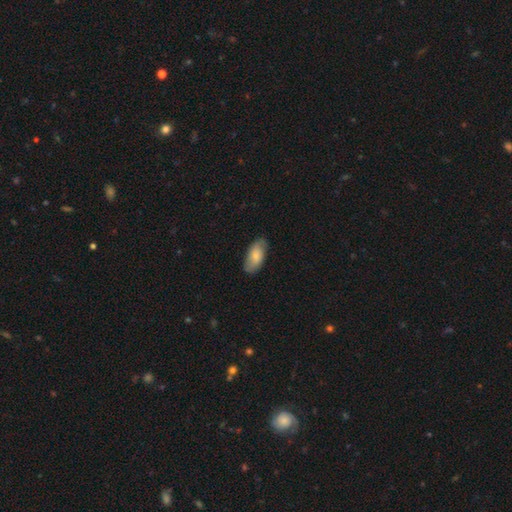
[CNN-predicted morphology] Smooth or featured? smooth (69%)
How rounded? in between (92%)
Merging? none (78%)